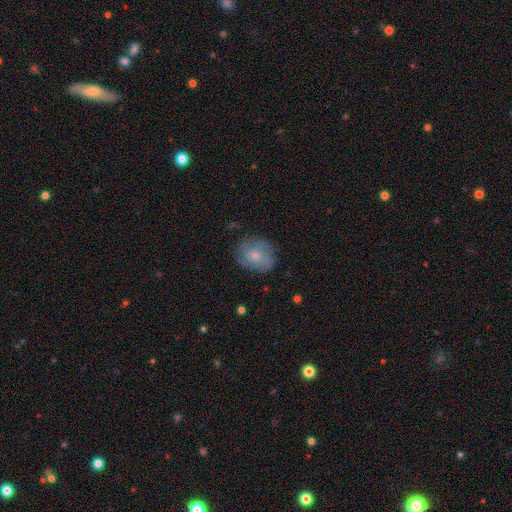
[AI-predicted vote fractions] This is possibly a smooth galaxy (52%). How rounded: possibly round (53%). Merging: likely none (72%).